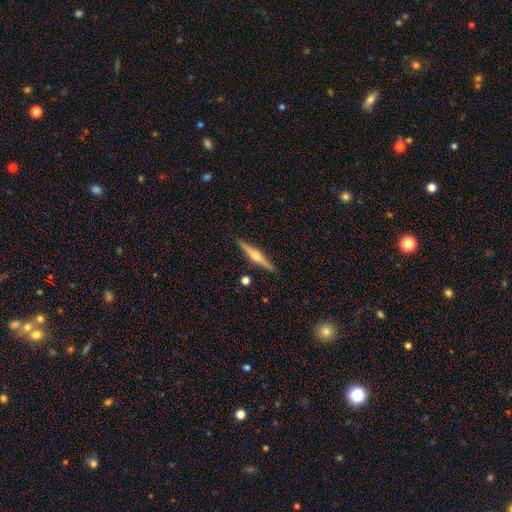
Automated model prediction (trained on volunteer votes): This is likely a featured or disk galaxy (72%). It is clearly viewed edge-on (98%). Edge-on bulge: clearly rounded (89%). Merging: clearly none (90%).